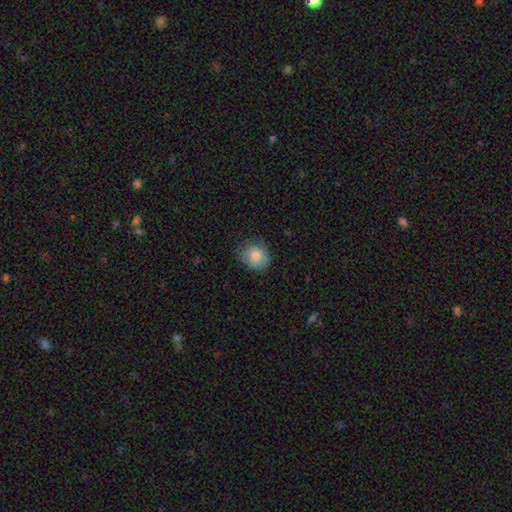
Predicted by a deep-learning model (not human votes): smooth-or-featured: smooth: 79% | featured or disk: 13% | star or artifact: 8%
  how-rounded: round: 75% | in between: 24% | cigar-shaped: 1%
  merging: none: 73% | minor disturbance: 21% | major disturbance: 5% | merger: 1%